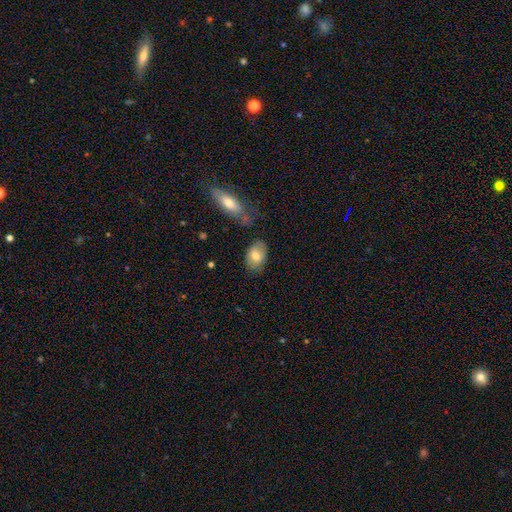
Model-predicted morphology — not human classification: Overall: smooth (74%). How rounded: in between (88%). Merging: none (72%).